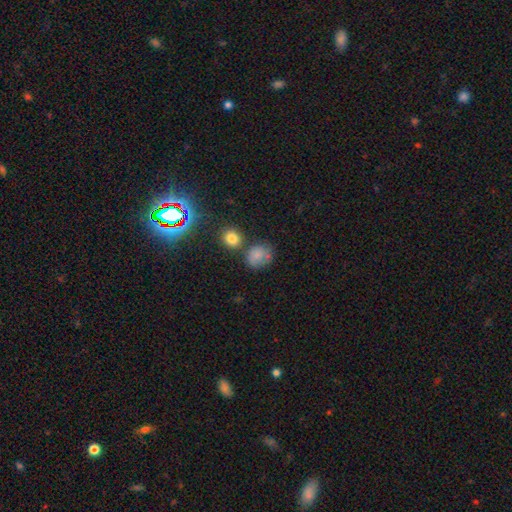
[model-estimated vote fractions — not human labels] Overall: smooth (78%). How rounded: round (67%; in between 32%). Merging: none (56%; minor disturbance 20%).